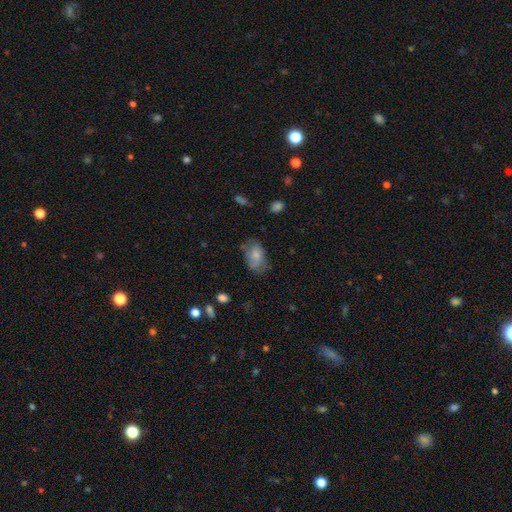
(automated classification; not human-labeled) This is likely a smooth galaxy (73%). How rounded: clearly in between (90%). Merging: possibly none (58%).